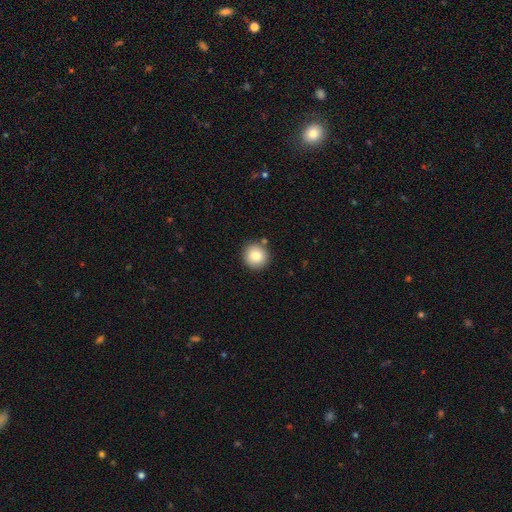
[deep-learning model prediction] smooth_or_featured: smooth (p=0.84) [alt: star or artifact p=0.09]
how_rounded: round (p=0.94) [alt: in between p=0.05]
merging: none (p=0.85) [alt: minor disturbance p=0.08]